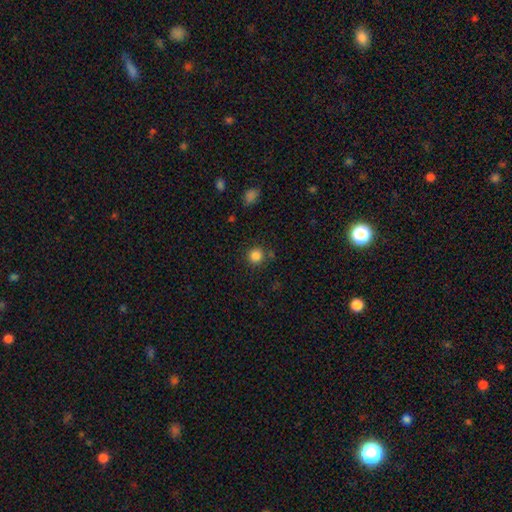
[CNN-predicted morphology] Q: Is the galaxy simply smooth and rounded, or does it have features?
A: smooth — 85%.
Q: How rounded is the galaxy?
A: round — 94%.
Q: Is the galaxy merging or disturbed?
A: none — 84%.